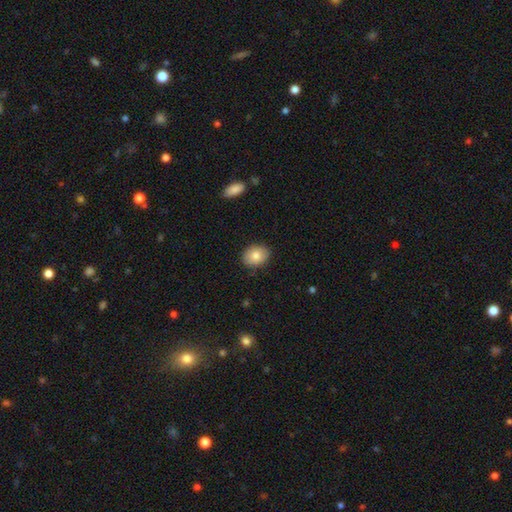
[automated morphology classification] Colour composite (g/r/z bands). It shows a smooth galaxy with no disk features (82%) that is in between round and cigar-shaped (57%). Merging: none (88%).